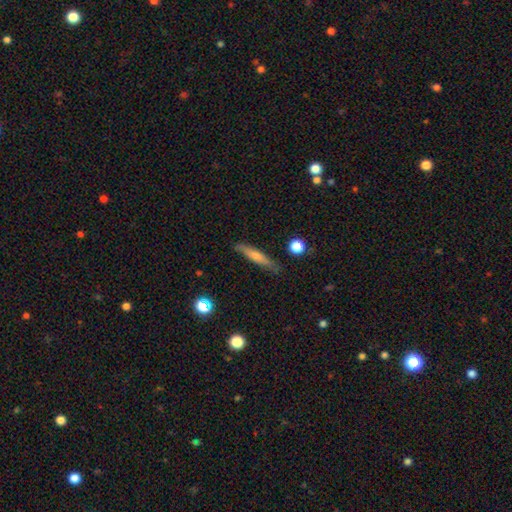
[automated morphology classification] type=smooth (53%); roundness=cigar-shaped (90%); merging=none (85%).